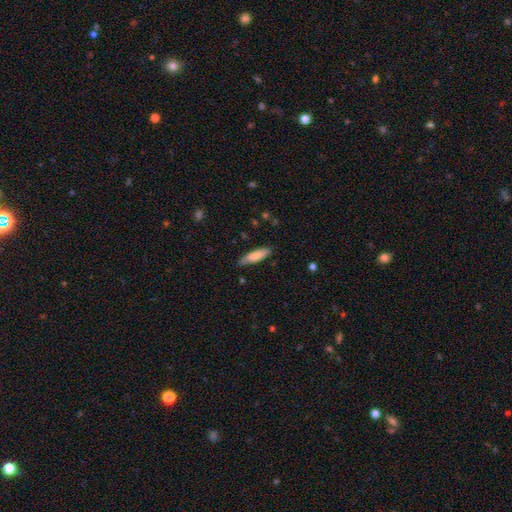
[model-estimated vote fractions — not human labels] Smooth or featured? smooth (80%)
How rounded? cigar-shaped (62%)
Merging? none (81%)